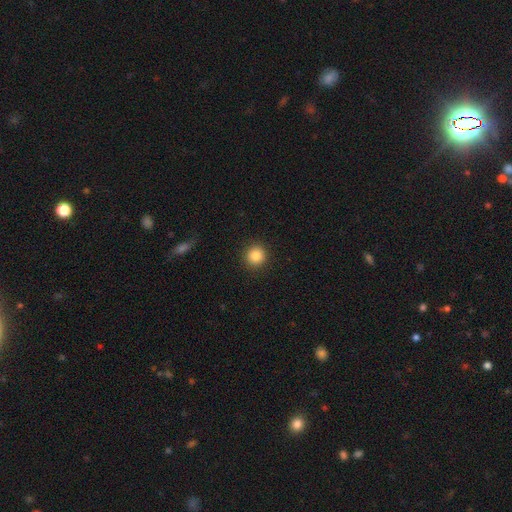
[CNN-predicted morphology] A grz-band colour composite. It shows a smooth galaxy with no disk features (85%) that is round (93%). Merging: none (92%).